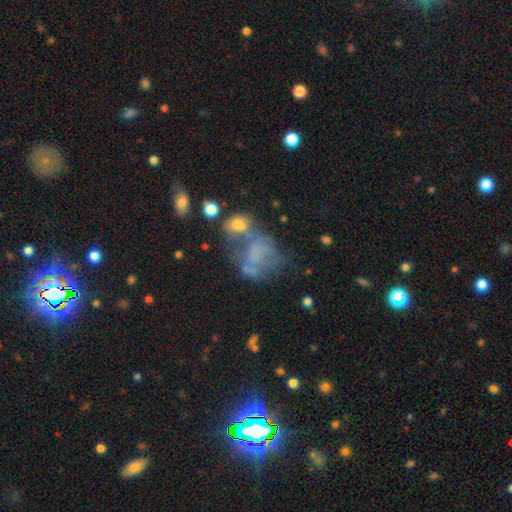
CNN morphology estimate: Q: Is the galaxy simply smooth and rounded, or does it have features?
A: featured or disk — 45%.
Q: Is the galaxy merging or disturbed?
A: merger — 33%.